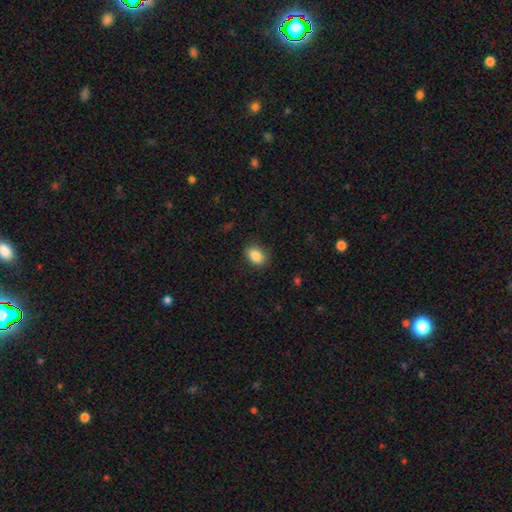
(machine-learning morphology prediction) Overall: smooth (87%). How rounded: in between (75%). Merging: none (85%).